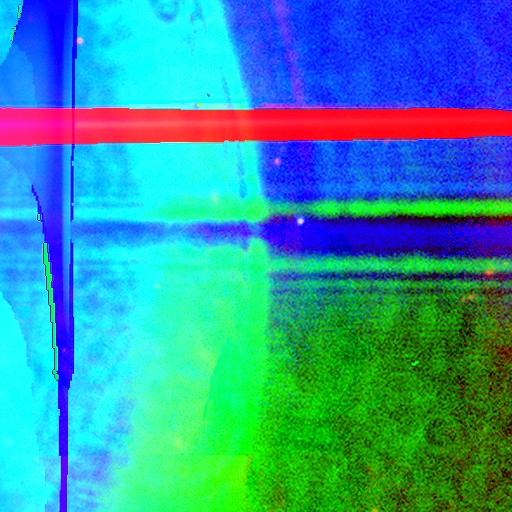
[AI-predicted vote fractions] smooth-or-featured: star or artifact: 86% | featured or disk: 7% | smooth: 7%